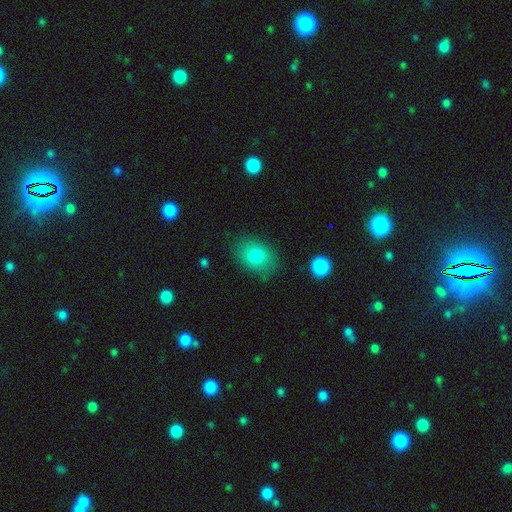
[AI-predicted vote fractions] This is likely a smooth galaxy (80%). How rounded: likely in between (71%). Merging: likely none (79%).